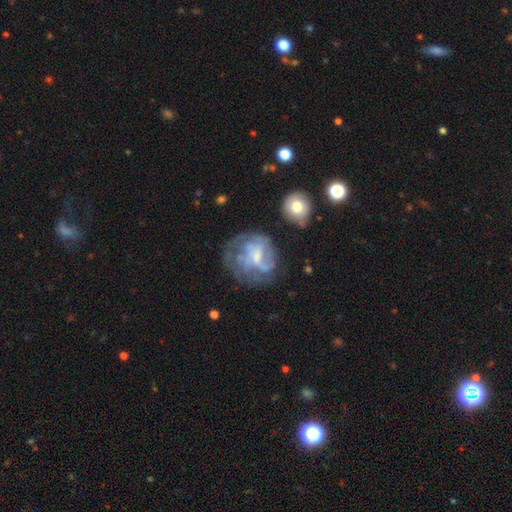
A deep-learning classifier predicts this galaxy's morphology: A featured or disk galaxy (66%) with no bar (49%), spiral arms (66%) and a small central bulge (41%).

Vote fractions:
- Smooth or featured? featured or disk: 66% / smooth: 24% / star or artifact: 10%
- Edge-on disk? no: 98% / yes: 2%
- Bar? no: 49% / weak: 42% / strong: 9%
- Spiral arms? yes: 66% / no: 34%
- Bulge size? small: 41% / none: 29% / moderate: 26% / large: 3% / dominant: 1%
- Merging? none: 46% / major disturbance: 28% / minor disturbance: 21% / merger: 5%